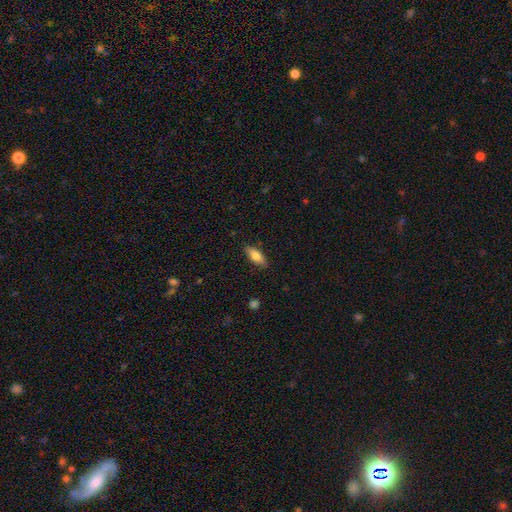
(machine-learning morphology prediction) Smooth or featured: smooth — 74% (featured or disk — 19%)
How rounded: in between — 72% (cigar-shaped — 25%)
Merging: none — 86% (minor disturbance — 11%)